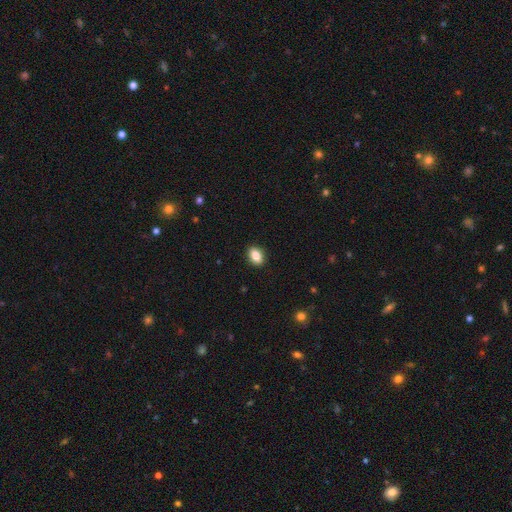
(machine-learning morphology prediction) This is clearly a smooth galaxy (87%). How rounded: clearly in between (83%). Merging: clearly none (90%).